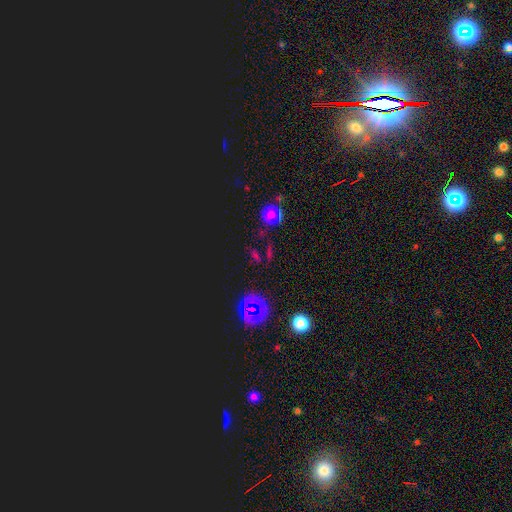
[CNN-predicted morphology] Overall: star or artifact (57%; smooth 31%).